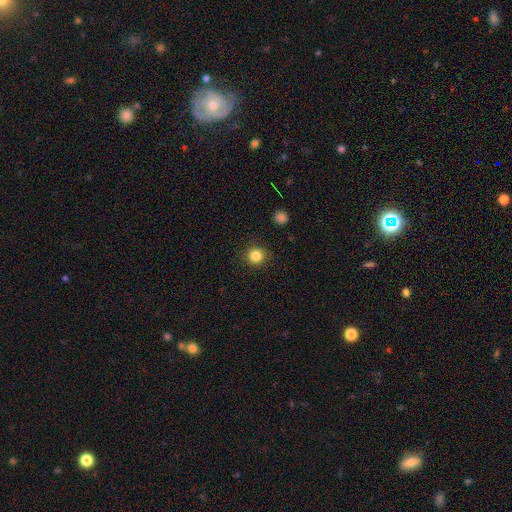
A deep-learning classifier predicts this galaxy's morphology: smooth 83%, star or artifact 12%, featured or disk 5%. Down the decision tree: how rounded — round (93%); merging — none (90%).